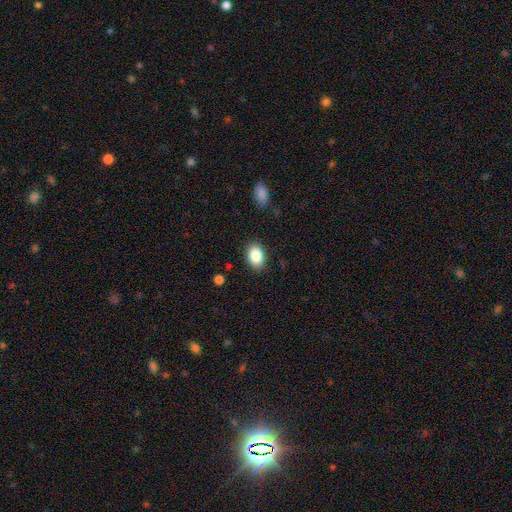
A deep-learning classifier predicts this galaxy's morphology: smooth 86%, star or artifact 8%, featured or disk 6%. Down the decision tree: how rounded — in between (81%); merging — none (87%).